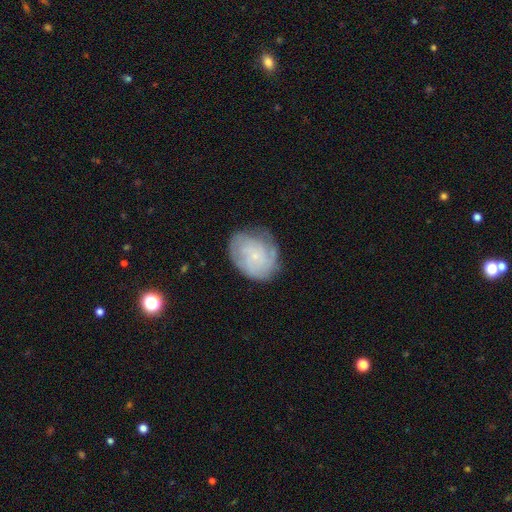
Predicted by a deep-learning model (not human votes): This is possibly a featured or disk galaxy (59%). It is clearly not viewed edge-on (97%). Bar: clearly no (81%). Spiral arm pattern: clearly yes (82%). Central bulge: clearly small (81%). Merging: likely none (67%).